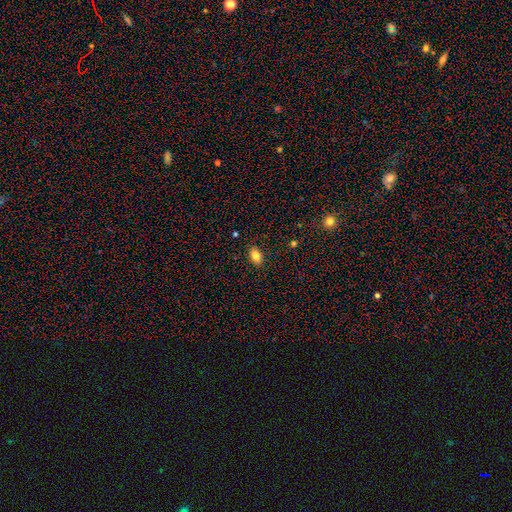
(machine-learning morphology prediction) Overall: smooth (82%). How rounded: in between (87%). Merging: none (87%).